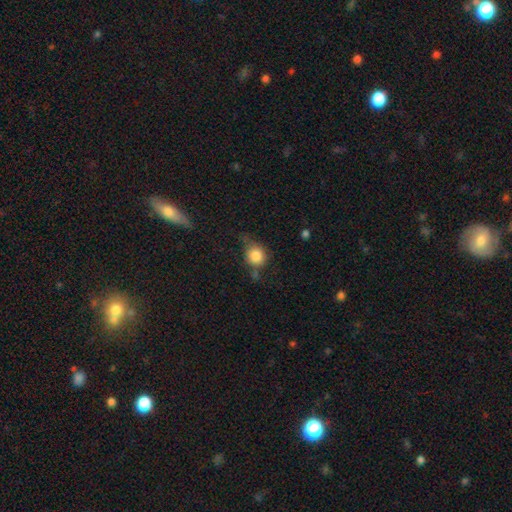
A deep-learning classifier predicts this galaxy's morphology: Overall: smooth (80%). How rounded: round (77%). Merging: none (47%; minor disturbance 33%).